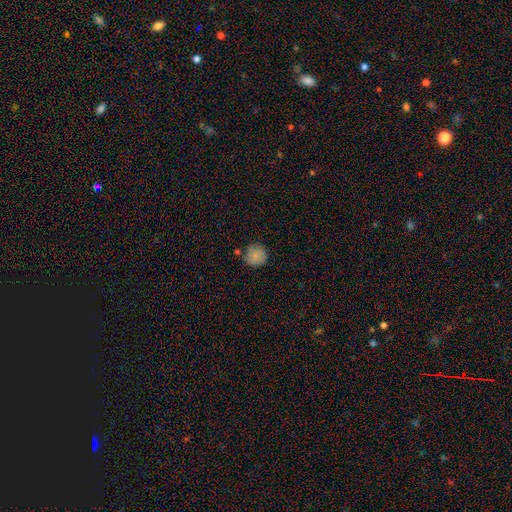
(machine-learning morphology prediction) Smooth or featured? smooth (85%)
How rounded? round (93%)
Merging? none (74%)